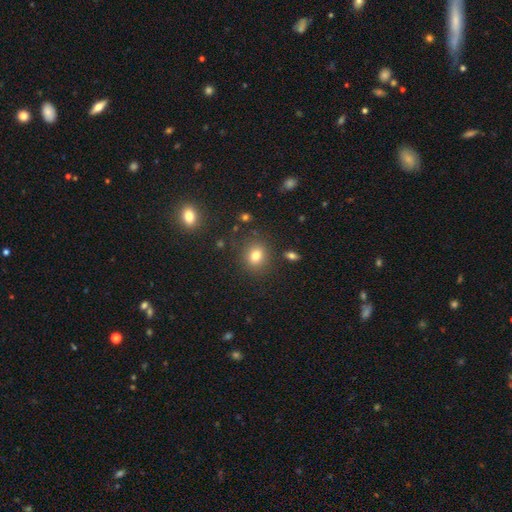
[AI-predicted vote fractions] A smooth galaxy with no disk features (80%) that is round (64%). Merging: none (84%).